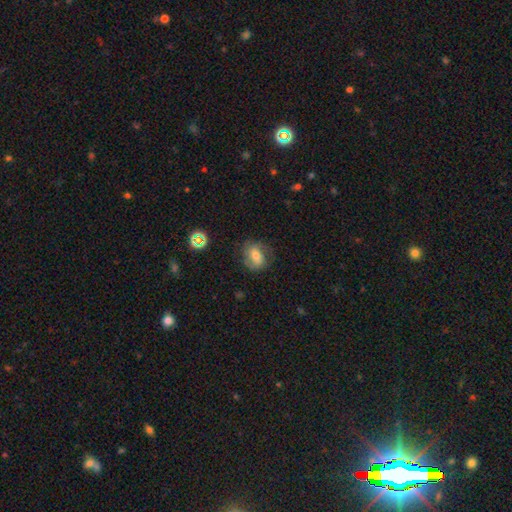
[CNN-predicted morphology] type=smooth (50%); roundness=in between (53%); merging=none (69%).